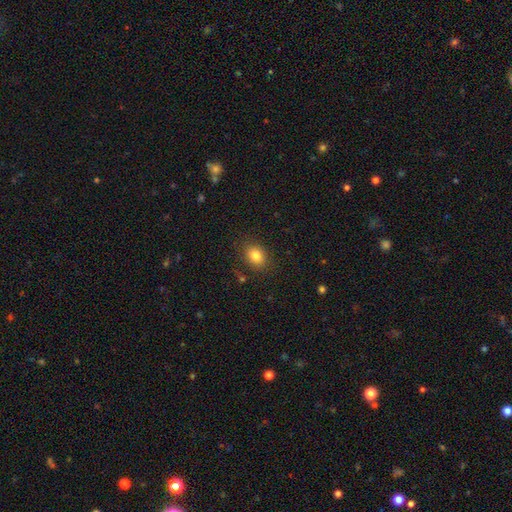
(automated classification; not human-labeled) Smooth or featured? smooth (82%)
How rounded? in between (62%)
Merging? none (84%)